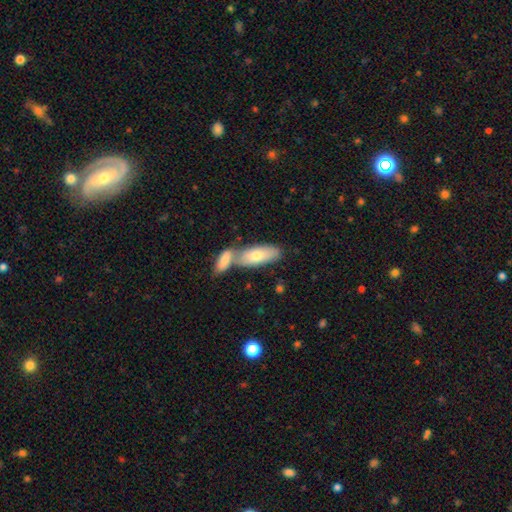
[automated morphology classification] This is possibly a smooth galaxy (52%). How rounded: likely in between (66%). Merging: possibly none (47%).